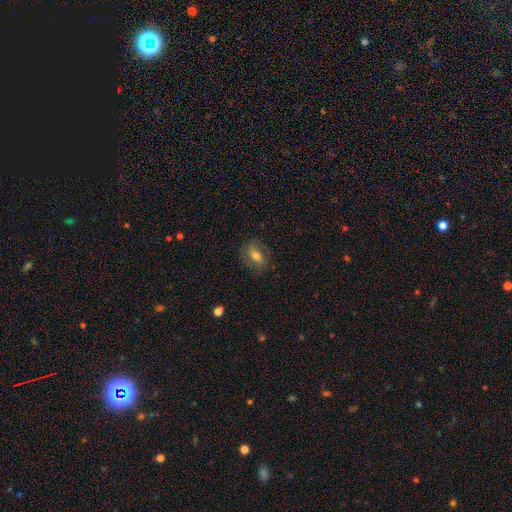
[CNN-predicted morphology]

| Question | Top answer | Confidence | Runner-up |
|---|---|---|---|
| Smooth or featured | smooth | 59% | featured or disk (32%) |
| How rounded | in between | 69% | round (26%) |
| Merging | none | 79% | minor disturbance (15%) |